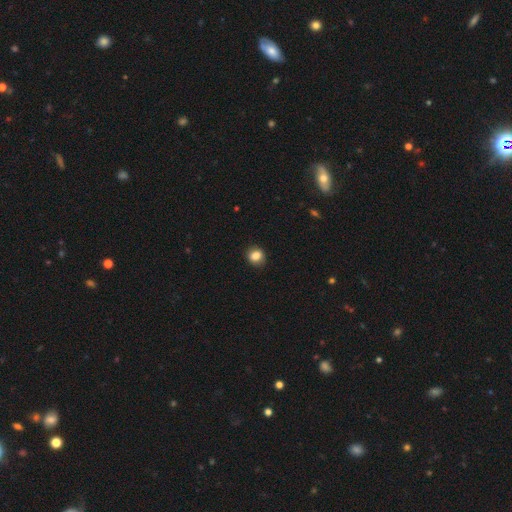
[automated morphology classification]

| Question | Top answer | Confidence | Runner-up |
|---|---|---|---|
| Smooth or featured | smooth | 85% | star or artifact (9%) |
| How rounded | round | 67% | in between (32%) |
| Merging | none | 85% | minor disturbance (12%) |